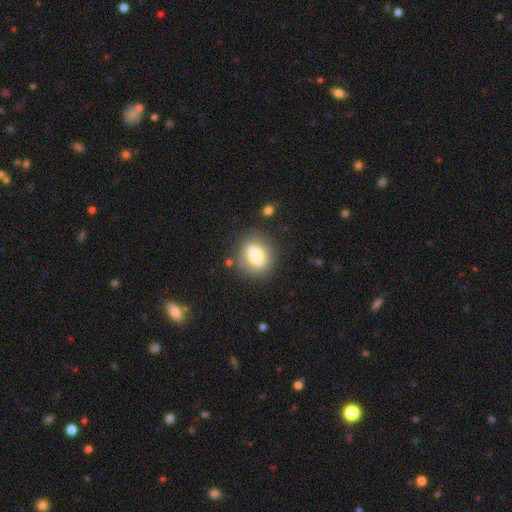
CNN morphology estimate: The model was most divided on "how rounded": in between: 54%, round: 44%, cigar-shaped: 2%. More confident: merging — none (79%); smooth or featured — smooth (78%).